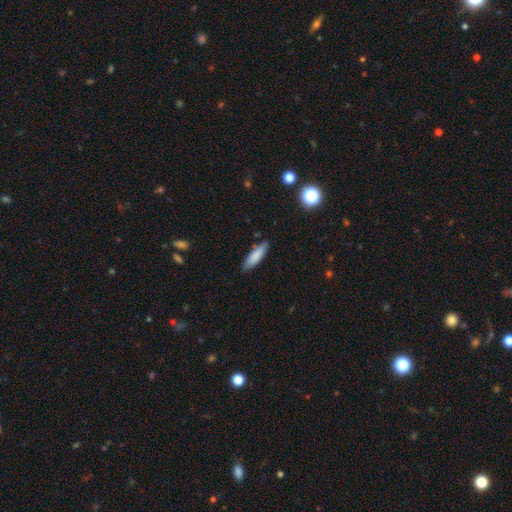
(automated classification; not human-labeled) Overall: smooth (82%). How rounded: cigar-shaped (61%; in between 37%). Merging: none (83%).